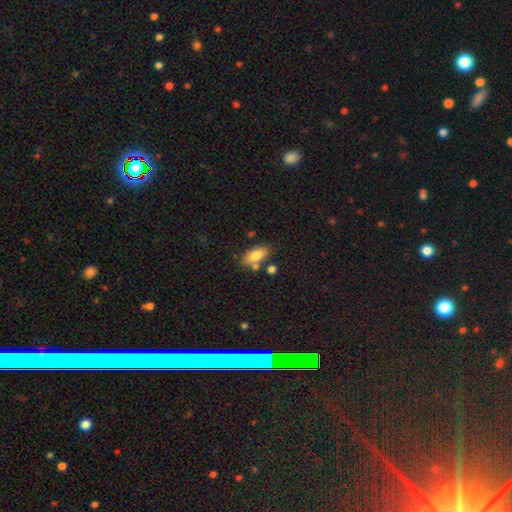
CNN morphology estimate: Smooth or featured? smooth (78%)
How rounded? in between (85%)
Merging? none (67%)